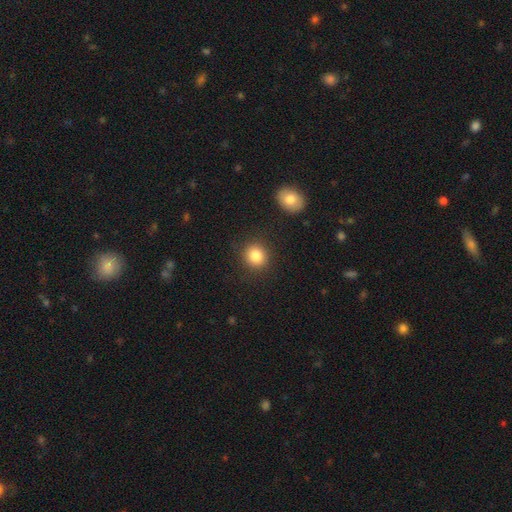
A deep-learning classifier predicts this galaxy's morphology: A smooth galaxy with no disk features (84%) that is round (84%). Merging: none (88%).